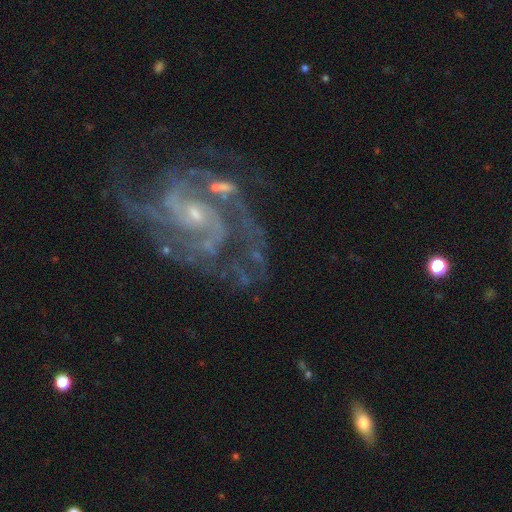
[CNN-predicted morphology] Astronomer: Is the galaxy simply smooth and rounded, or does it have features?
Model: featured or disk — 91%.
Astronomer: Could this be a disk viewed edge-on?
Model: no — 98%.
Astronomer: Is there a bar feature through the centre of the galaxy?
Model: no — 54% (runner-up: weak, 35%).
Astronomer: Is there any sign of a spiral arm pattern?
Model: yes — 98%.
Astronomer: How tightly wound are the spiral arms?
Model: medium — 47% (runner-up: tight, 42%).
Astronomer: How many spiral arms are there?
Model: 2 — 38% (runner-up: 3, 25%).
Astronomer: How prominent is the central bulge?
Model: small — 78%.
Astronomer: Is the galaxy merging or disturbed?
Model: none — 59%.